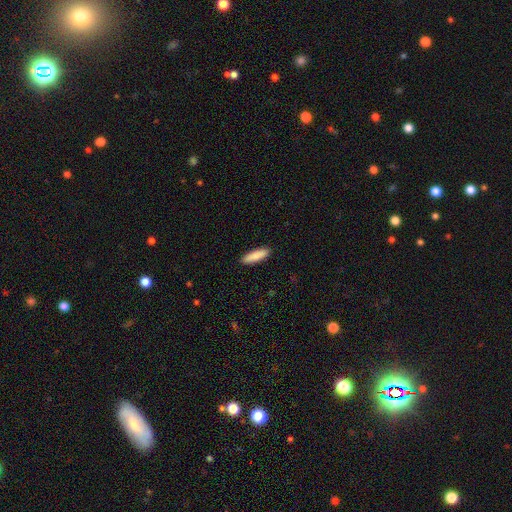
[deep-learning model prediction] Q: Smooth or featured?
A: smooth (88%); runner-up: featured or disk (6%)
Q: How rounded?
A: cigar-shaped (64%); runner-up: in between (35%)
Q: Merging?
A: none (91%); runner-up: minor disturbance (7%)